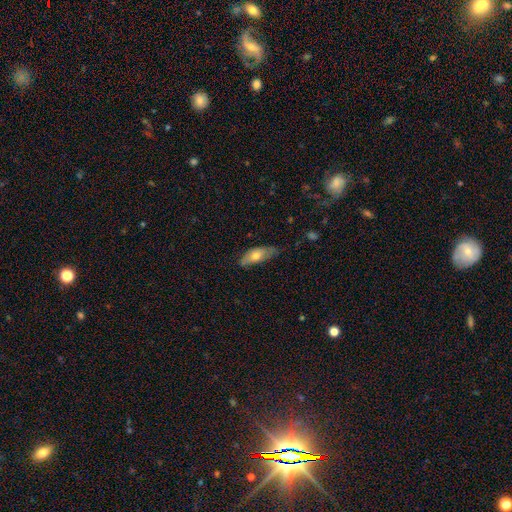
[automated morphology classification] smooth 63%, featured or disk 31%, star or artifact 6%. Down the decision tree: how rounded — in between (75%); merging — none (58%).